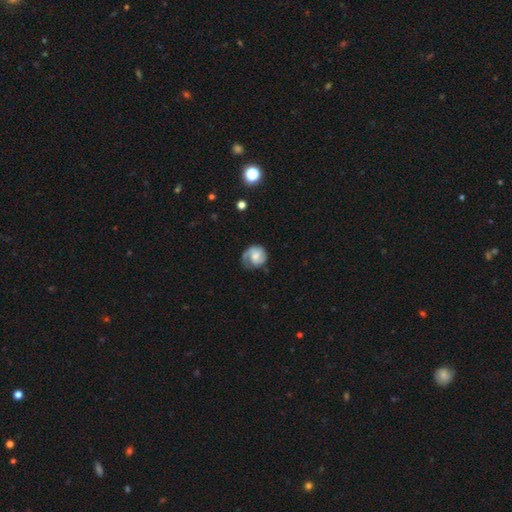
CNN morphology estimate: smooth_or_featured: featured or disk (p=0.62) [alt: smooth p=0.31]
disk_edge_on: no (p=0.98) [alt: yes p=0.02]
bar: no (p=0.54) [alt: weak p=0.38]
has_spiral_arms: yes (p=0.90) [alt: no p=0.10]
spiral_winding: tight (p=0.42) [alt: medium p=0.40]
spiral_arm_count: 2 (p=0.49) [alt: 1 p=0.37]
bulge_size: moderate (p=0.50) [alt: small p=0.32]
merging: none (p=0.60) [alt: minor disturbance p=0.25]